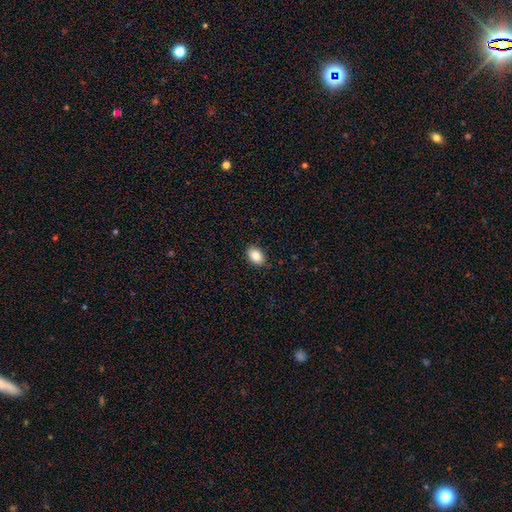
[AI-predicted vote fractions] This is clearly a smooth galaxy (84%). How rounded: clearly in between (83%). Merging: clearly none (87%).